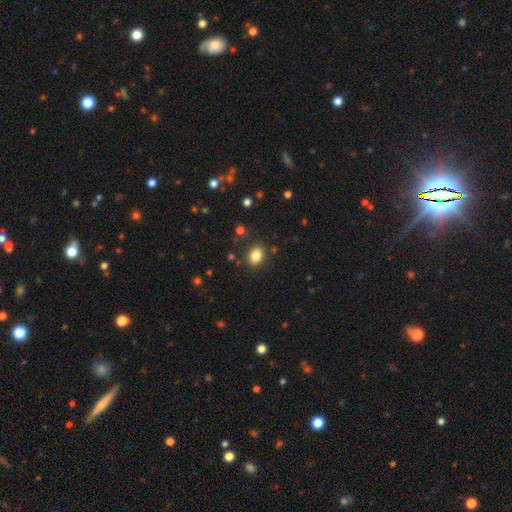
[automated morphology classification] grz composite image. It shows a smooth galaxy with no disk features (84%) that is in between round and cigar-shaped (64%). Merging: none (85%).